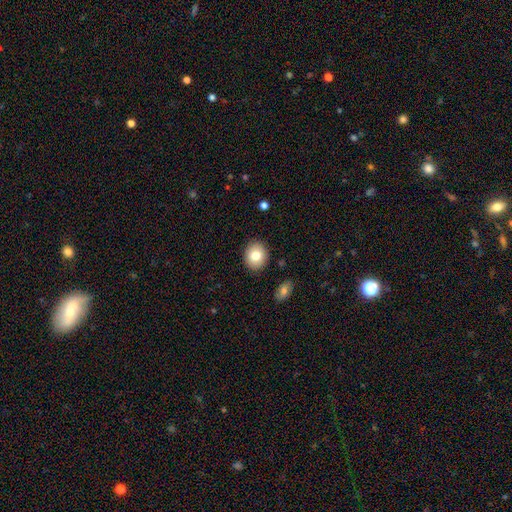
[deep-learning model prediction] The model was most divided on "how rounded": round: 64%, in between: 35%, cigar-shaped: 1%. More confident: merging — none (89%); smooth or featured — smooth (79%).